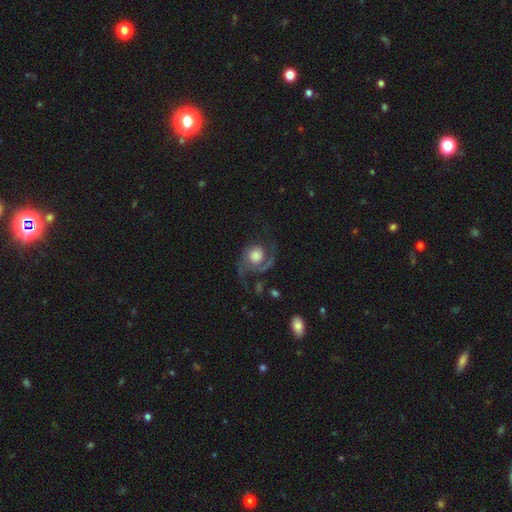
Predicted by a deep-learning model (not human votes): Smooth or featured? featured or disk (76%)
Edge-on disk? no (98%)
Bar? no (78%)
Spiral arms? yes (93%)
Spiral winding? medium (44%)
Spiral arm count? 2 (68%)
Bulge size? large (42%)
Merging? none (52%)